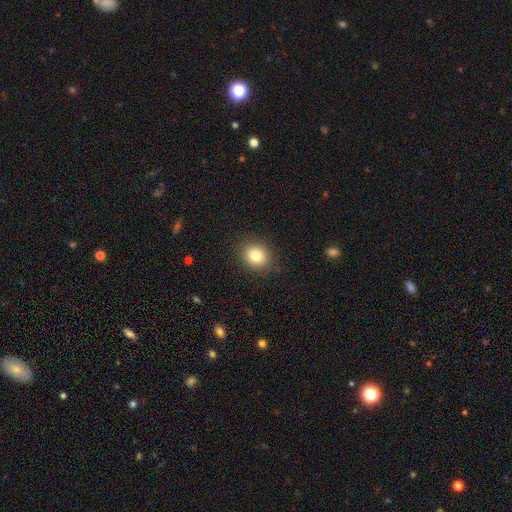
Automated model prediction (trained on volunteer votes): This is clearly a smooth galaxy (82%). How rounded: likely round (71%). Merging: clearly none (89%).